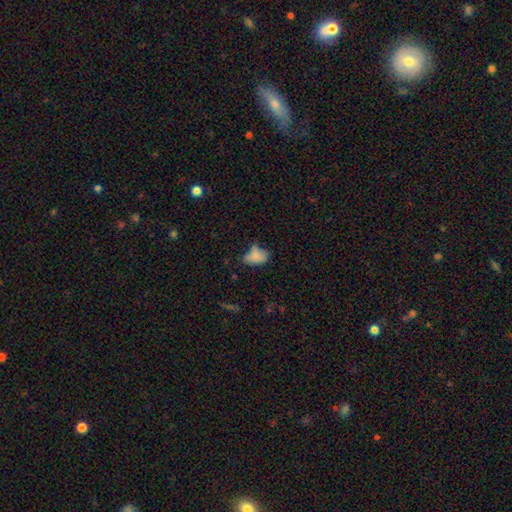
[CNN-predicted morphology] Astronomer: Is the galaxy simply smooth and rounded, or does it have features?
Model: smooth — 73%.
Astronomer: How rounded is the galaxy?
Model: in between — 82%.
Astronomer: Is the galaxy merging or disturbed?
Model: none — 36% (runner-up: minor disturbance, 35%).